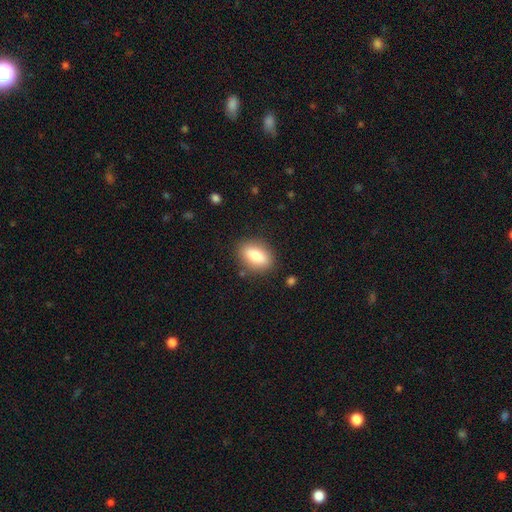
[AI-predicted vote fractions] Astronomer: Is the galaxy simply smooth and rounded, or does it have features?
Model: smooth — 80%.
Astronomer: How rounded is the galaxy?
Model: in between — 84%.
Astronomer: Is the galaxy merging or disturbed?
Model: none — 85%.